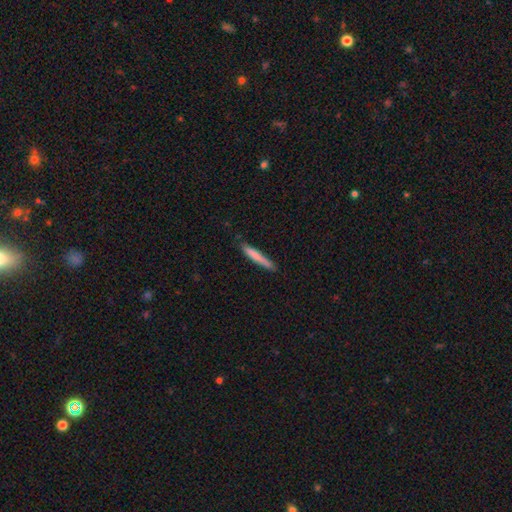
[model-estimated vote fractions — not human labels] Smooth or featured? smooth (75%)
How rounded? cigar-shaped (95%)
Merging? none (83%)